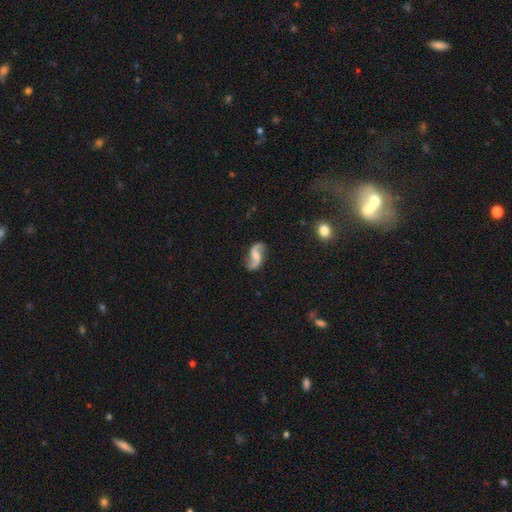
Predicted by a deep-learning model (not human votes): Morphology: type=featured or disk (89%); edge-on=no (98%); bar=no (45%); spiral arms=yes (97%); winding=loose (78%); arm count=2 (94%); bulge=small (34%); merging=none (83%).